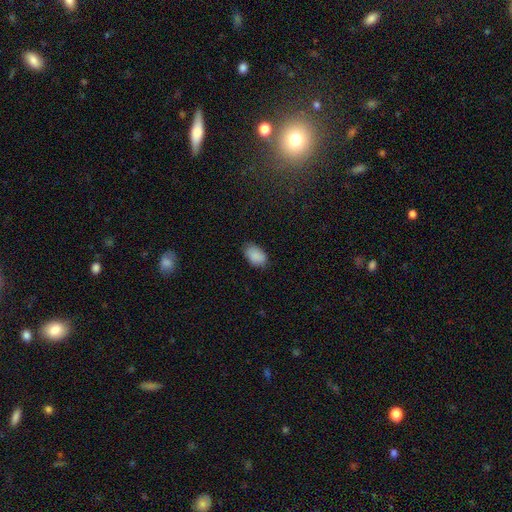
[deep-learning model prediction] A smooth galaxy with no disk features (89%) that is in between round and cigar-shaped (91%). Merging: none (80%).